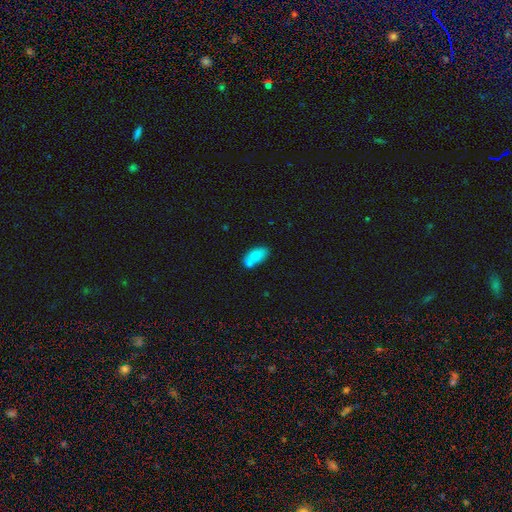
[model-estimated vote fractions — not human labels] Smooth or featured? Predicted: smooth (p=0.79). How rounded? Predicted: in between (p=0.89). Merging? Predicted: none (p=0.44).